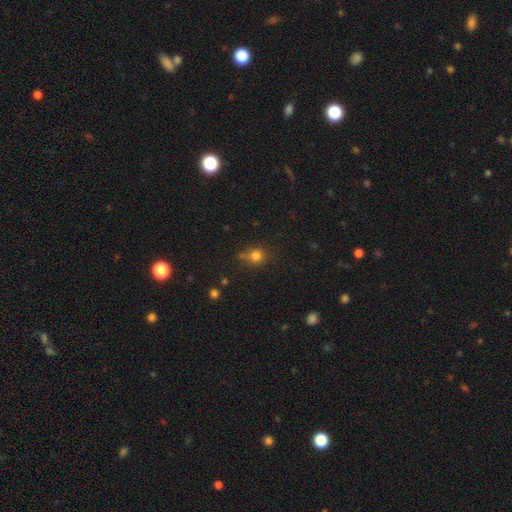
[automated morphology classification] The model was most divided on "merging": none: 67%, minor disturbance: 18%, merger: 9%, major disturbance: 5%. More confident: how rounded — round (82%); smooth or featured — smooth (79%).